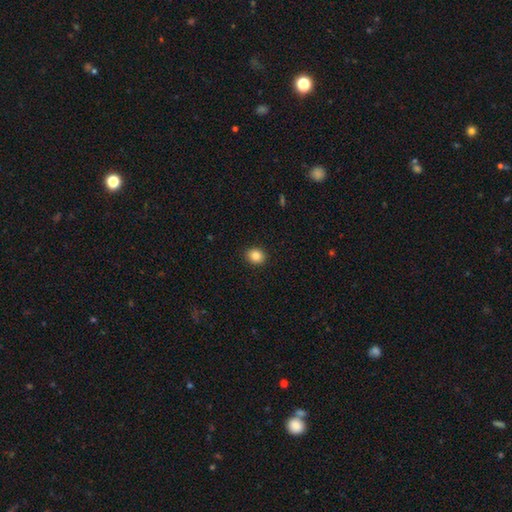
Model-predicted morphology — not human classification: Smooth or featured?
  - smooth: 85% *
  - star or artifact: 10%
  - featured or disk: 6%
How rounded?
  - round: 65% *
  - in between: 34%
  - cigar-shaped: 1%
Merging?
  - none: 91% *
  - minor disturbance: 6%
  - major disturbance: 2%
  - merger: 1%